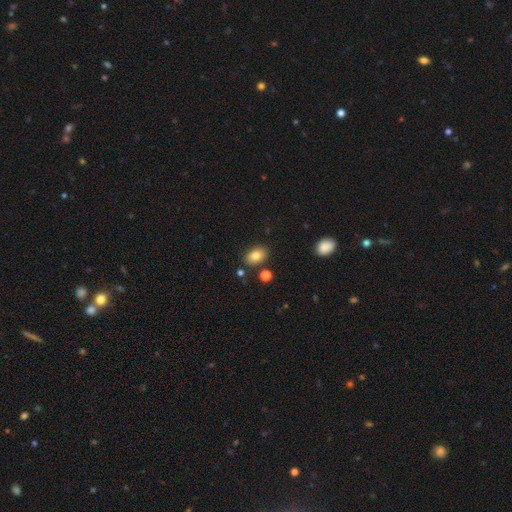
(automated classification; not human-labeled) Smooth or featured: smooth — 83% (star or artifact — 9%)
How rounded: in between — 84% (round — 15%)
Merging: none — 82% (minor disturbance — 11%)